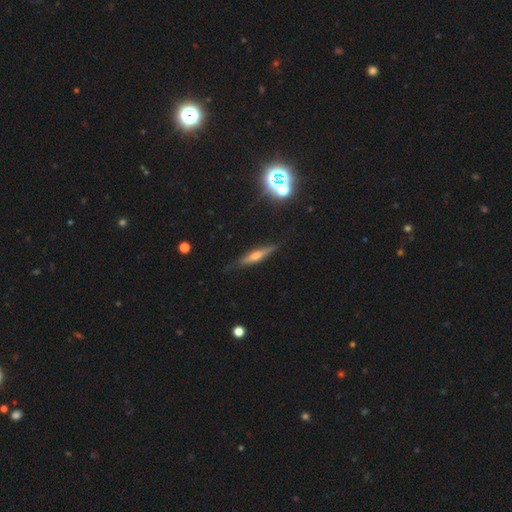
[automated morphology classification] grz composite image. It shows a featured or disk galaxy (55%) viewed edge-on (93%) with a rounded central bulge (75%). Merging: none (84%).